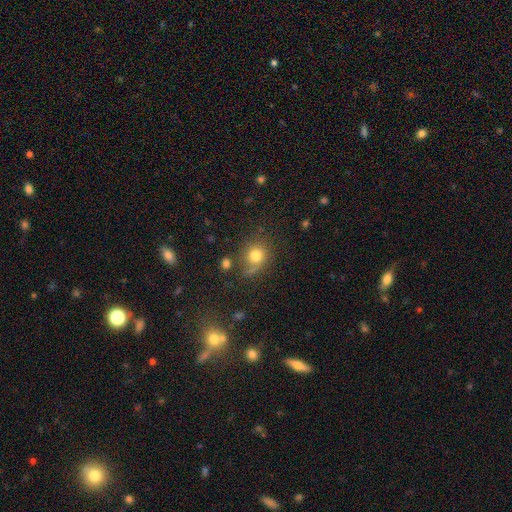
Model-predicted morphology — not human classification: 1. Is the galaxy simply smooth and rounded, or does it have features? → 77% smooth, 13% star or artifact, 10% featured or disk.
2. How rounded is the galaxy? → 81% round, 18% in between, 1% cigar-shaped.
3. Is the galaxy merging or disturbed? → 63% none, 19% minor disturbance, 10% major disturbance, 9% merger.